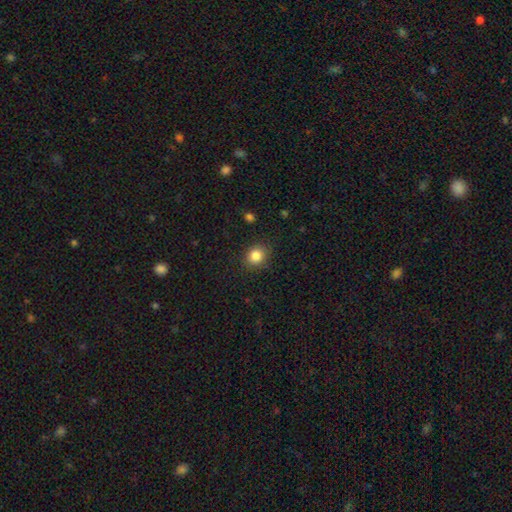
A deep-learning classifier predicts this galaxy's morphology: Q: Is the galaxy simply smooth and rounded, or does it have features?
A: smooth — 85%.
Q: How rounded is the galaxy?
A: round — 76%.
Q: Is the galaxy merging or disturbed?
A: none — 86%.